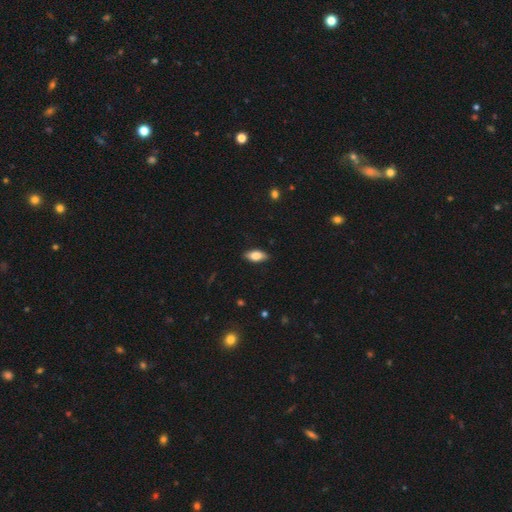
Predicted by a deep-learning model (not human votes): smooth-or-featured: smooth: 76% | featured or disk: 17% | star or artifact: 7%
  how-rounded: in between: 83% | cigar-shaped: 14% | round: 3%
  merging: none: 86% | minor disturbance: 11% | major disturbance: 2% | merger: 1%